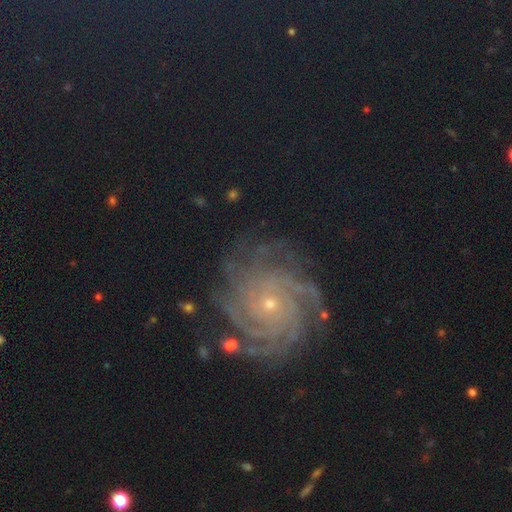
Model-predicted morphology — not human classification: type=featured or disk (60%); edge-on=no (96%); bar=no (79%); spiral arms=yes (95%); winding=tight (70%); arm count=more than 4 (29%); bulge=small (78%); merging=none (82%).